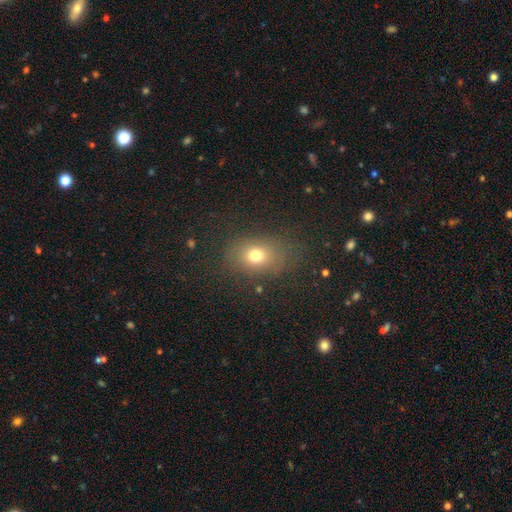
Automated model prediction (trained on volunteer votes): smooth_or_featured: smooth (p=0.73) [alt: star or artifact p=0.15]
how_rounded: in between (p=0.56) [alt: round p=0.42]
merging: none (p=0.76) [alt: minor disturbance p=0.14]